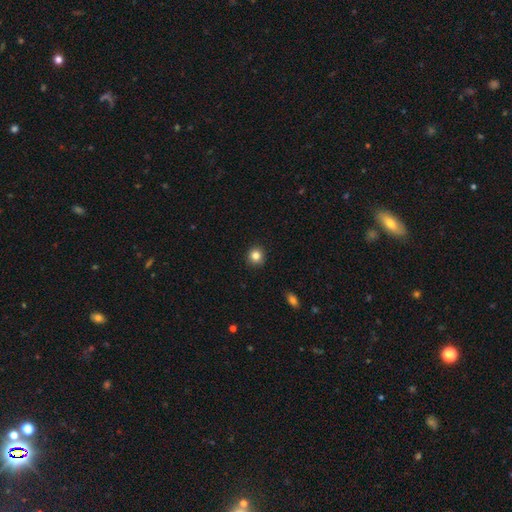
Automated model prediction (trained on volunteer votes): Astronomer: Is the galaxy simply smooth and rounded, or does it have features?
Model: smooth — 84%.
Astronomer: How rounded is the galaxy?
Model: round — 92%.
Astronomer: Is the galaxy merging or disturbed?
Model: none — 91%.